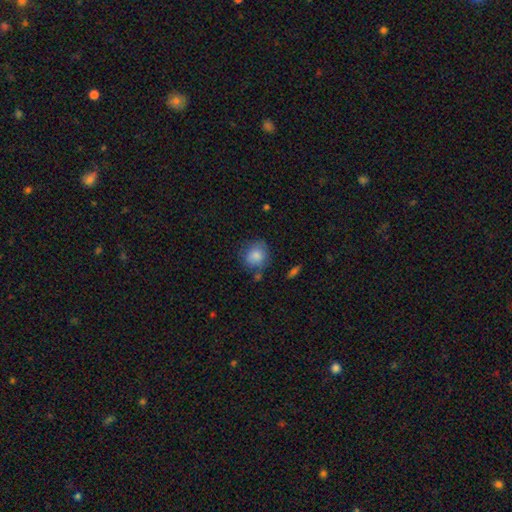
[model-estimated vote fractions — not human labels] Morphology: type=smooth (82%); roundness=round (79%); merging=none (66%).